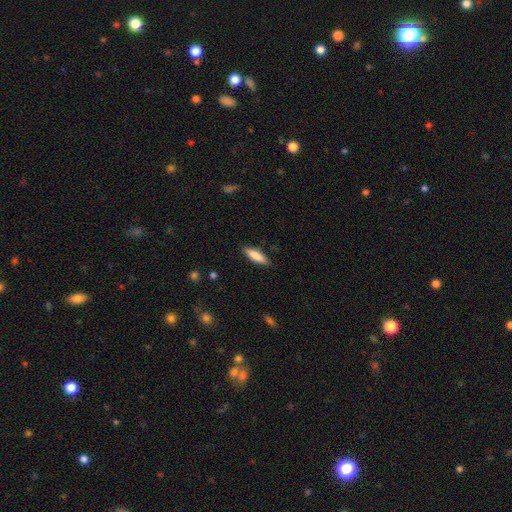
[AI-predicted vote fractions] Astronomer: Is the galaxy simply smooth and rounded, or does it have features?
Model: smooth — 84%.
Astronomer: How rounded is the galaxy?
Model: cigar-shaped — 56% (runner-up: in between, 42%).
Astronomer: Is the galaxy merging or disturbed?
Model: none — 87%.